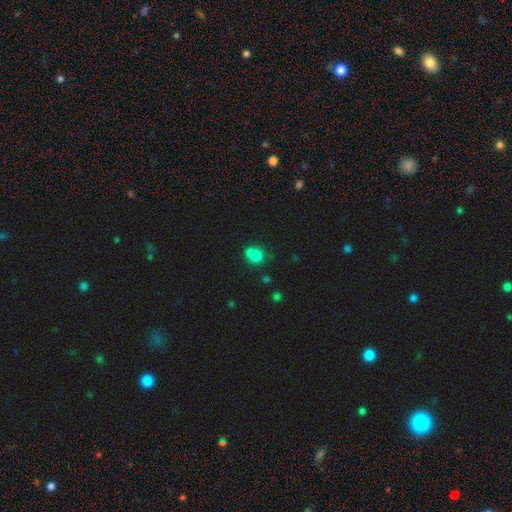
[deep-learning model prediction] Q: Smooth or featured?
A: smooth (72%); runner-up: featured or disk (15%)
Q: How rounded?
A: round (74%); runner-up: in between (25%)
Q: Merging?
A: merger (55%); runner-up: none (34%)